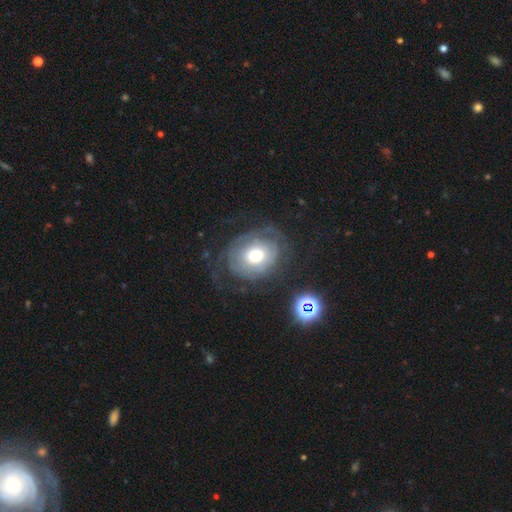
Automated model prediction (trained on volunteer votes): Smooth or featured? Predicted: featured or disk (p=0.58). Edge-on disk? Predicted: no (p=0.96). Bar? Predicted: no (p=0.85). Spiral arms? Predicted: yes (p=0.64). Bulge size? Predicted: moderate (p=0.48). Merging? Predicted: none (p=0.58).